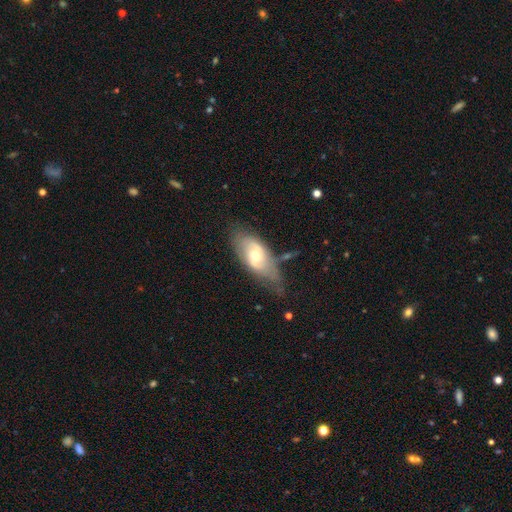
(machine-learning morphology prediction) smooth-or-featured: featured or disk: 55% | smooth: 39% | star or artifact: 6%
  disk-edge-on: no: 86% | yes: 14%
  merging: none: 52% | minor disturbance: 30% | major disturbance: 13% | merger: 6%